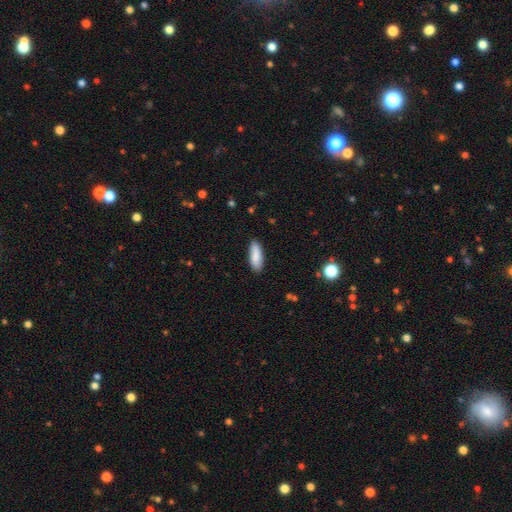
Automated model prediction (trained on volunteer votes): Q: Smooth or featured?
A: smooth (86%); runner-up: featured or disk (8%)
Q: How rounded?
A: in between (66%); runner-up: cigar-shaped (33%)
Q: Merging?
A: none (87%); runner-up: minor disturbance (10%)